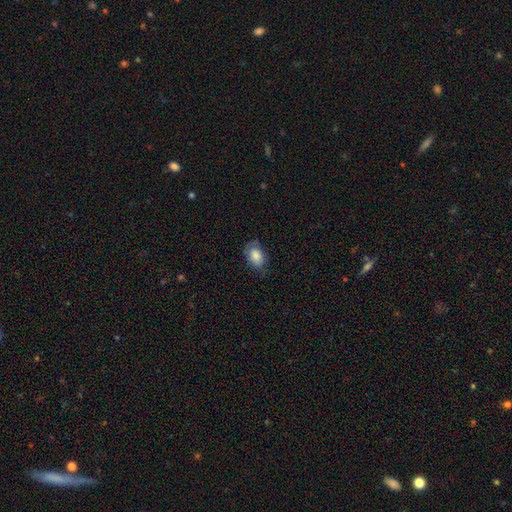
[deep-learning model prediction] The model was most divided on "merging": none: 66%, minor disturbance: 26%, major disturbance: 7%, merger: 1%. More confident: how rounded — in between (85%); smooth or featured — smooth (82%).